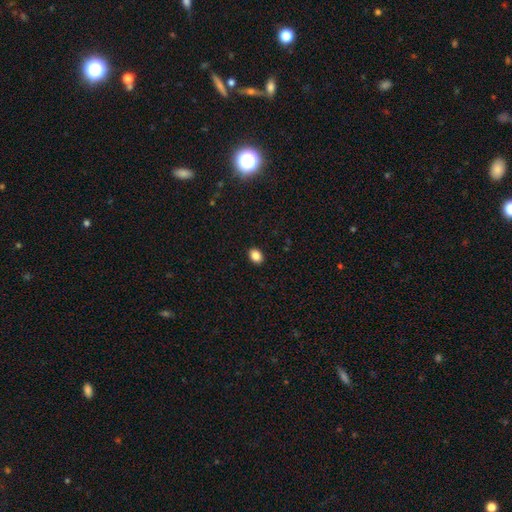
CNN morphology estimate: A smooth galaxy with no disk features (87%) that is in between round and cigar-shaped (65%). Merging: none (91%).